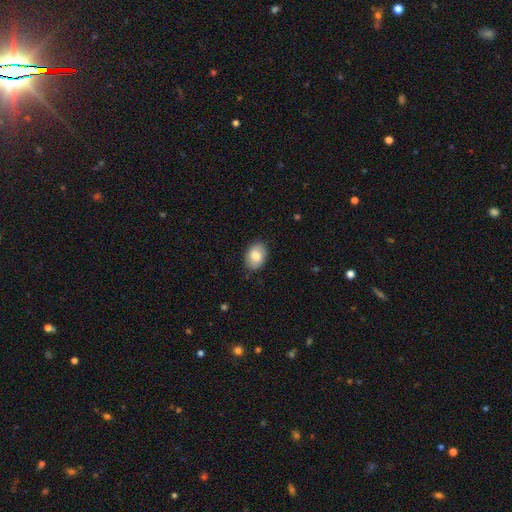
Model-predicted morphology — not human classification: Overall: smooth (80%). How rounded: in between (78%). Merging: none (85%).